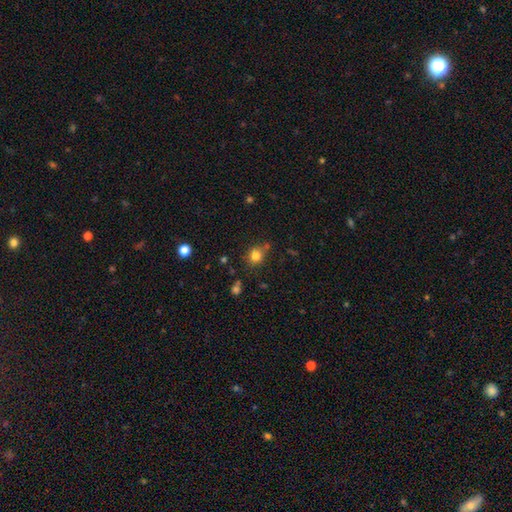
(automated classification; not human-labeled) Smooth or featured? smooth (81%)
How rounded? round (76%)
Merging? none (70%)